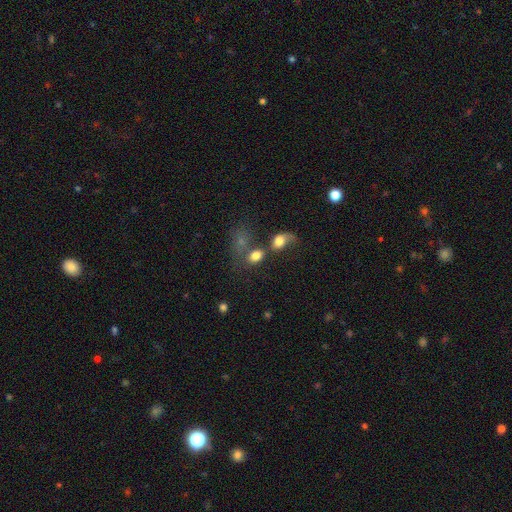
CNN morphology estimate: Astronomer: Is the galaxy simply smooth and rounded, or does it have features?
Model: smooth — 78%.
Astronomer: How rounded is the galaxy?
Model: in between — 72%.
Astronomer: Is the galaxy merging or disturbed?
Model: merger — 39% (runner-up: none, 35%).